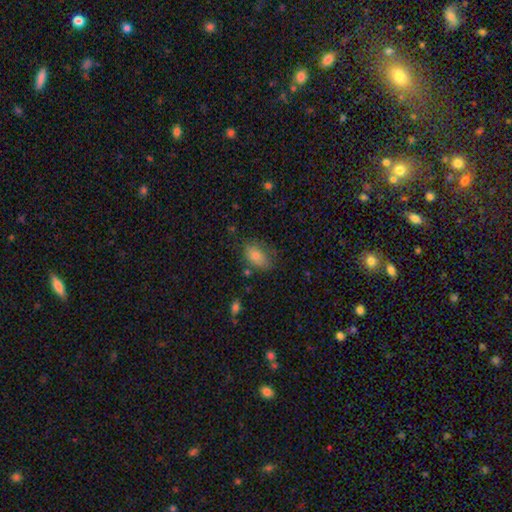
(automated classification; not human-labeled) Overall: smooth (79%). How rounded: in between (89%). Merging: none (68%).